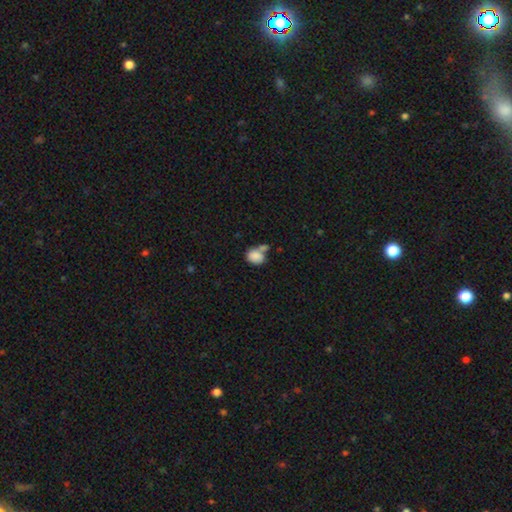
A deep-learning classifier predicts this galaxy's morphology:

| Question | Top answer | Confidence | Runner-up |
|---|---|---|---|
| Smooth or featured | smooth | 84% | star or artifact (9%) |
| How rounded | in between | 58% | round (41%) |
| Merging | merger | 40% | none (35%) |